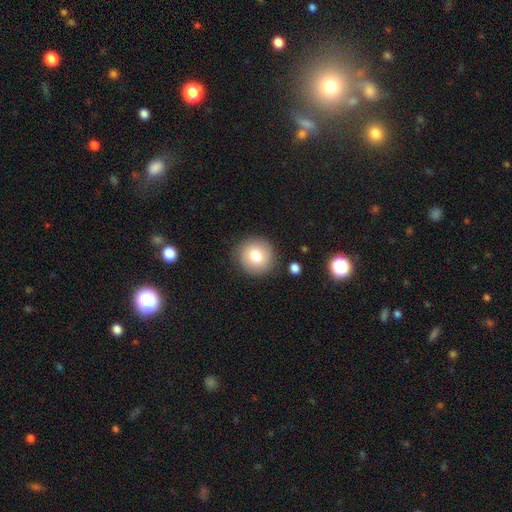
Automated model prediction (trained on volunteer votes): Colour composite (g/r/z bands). It shows a smooth galaxy with no disk features (78%) that is round (93%). Merging: none (86%).